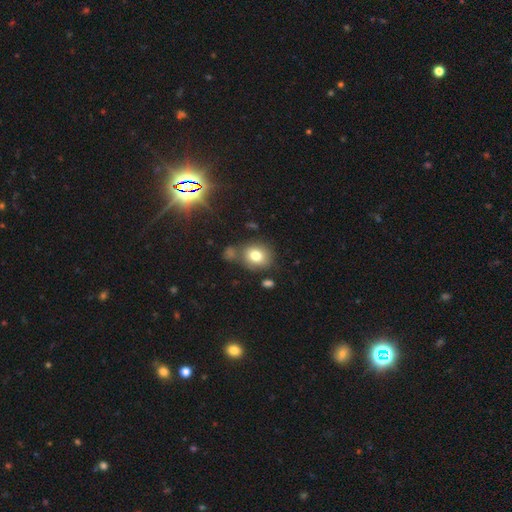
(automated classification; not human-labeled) Overall: smooth (77%). How rounded: round (70%). Merging: none (71%).